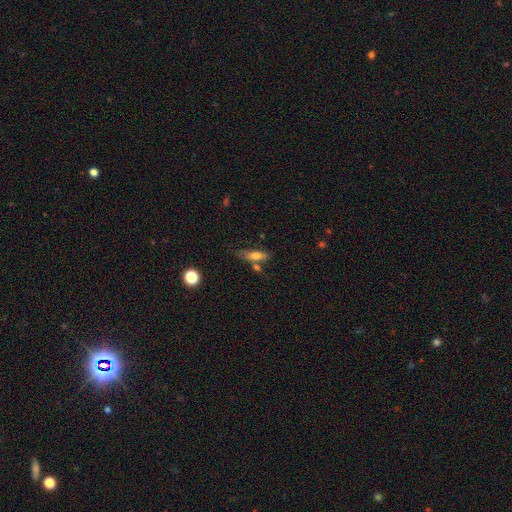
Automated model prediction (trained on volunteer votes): Morphology: type=smooth (66%); roundness=cigar-shaped (48%, tied with in between); merging=none (50%).